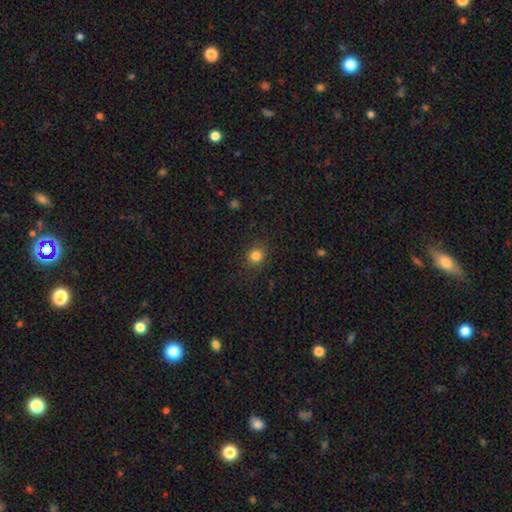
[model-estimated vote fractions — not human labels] Smooth or featured: smooth — 83% (star or artifact — 12%)
How rounded: round — 83% (in between — 16%)
Merging: none — 87% (minor disturbance — 8%)